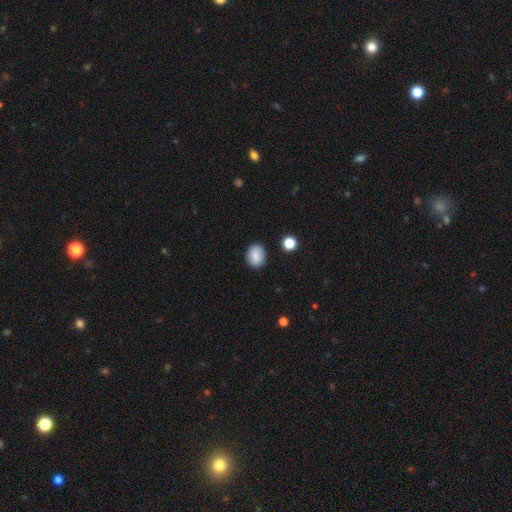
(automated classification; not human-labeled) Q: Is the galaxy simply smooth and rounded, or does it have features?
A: smooth — 81%.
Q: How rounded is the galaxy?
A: round — 50%.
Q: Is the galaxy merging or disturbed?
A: none — 85%.